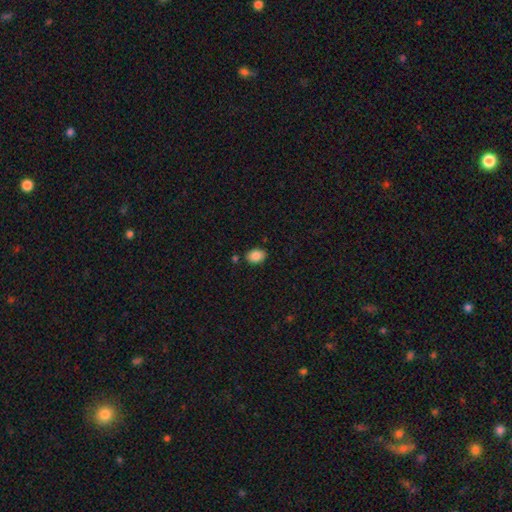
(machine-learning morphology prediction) This appears to be a smooth galaxy with no disk features (87%) that is in between round and cigar-shaped (75%). Merging: none (81%).